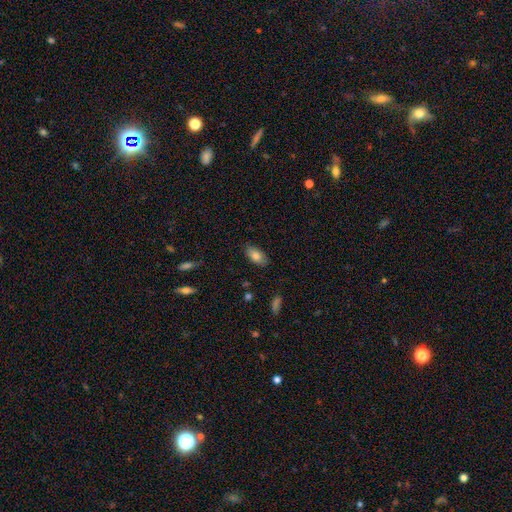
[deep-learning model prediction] smooth_or_featured: smooth (p=0.82) [alt: featured or disk p=0.11]
how_rounded: in between (p=0.92) [alt: cigar-shaped p=0.04]
merging: none (p=0.83) [alt: minor disturbance p=0.13]